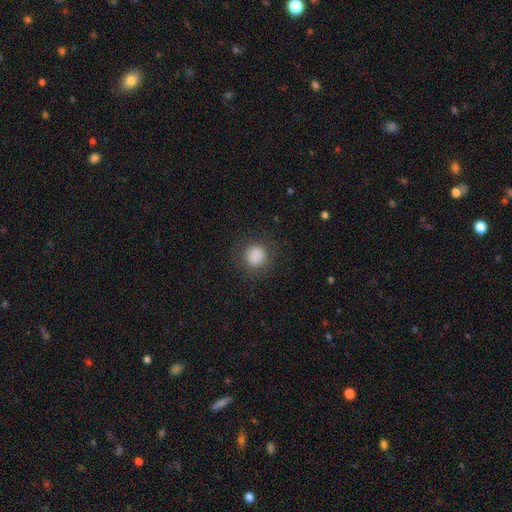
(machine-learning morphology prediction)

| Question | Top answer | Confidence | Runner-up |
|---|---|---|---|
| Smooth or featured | smooth | 86% | star or artifact (10%) |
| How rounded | round | 89% | in between (11%) |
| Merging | none | 86% | minor disturbance (9%) |